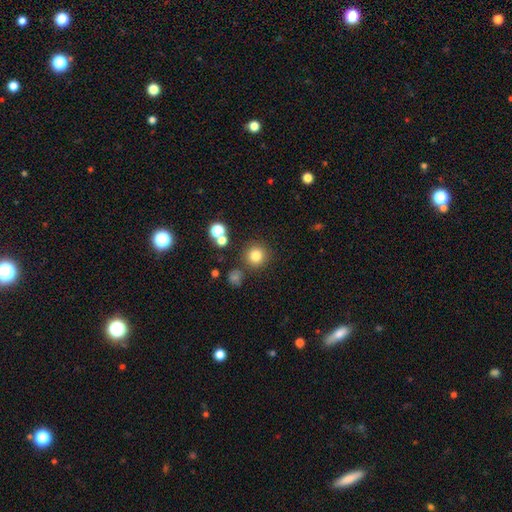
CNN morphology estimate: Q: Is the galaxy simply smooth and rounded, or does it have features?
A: smooth — 80%.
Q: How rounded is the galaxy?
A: round — 94%.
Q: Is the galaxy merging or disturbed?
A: none — 83%.